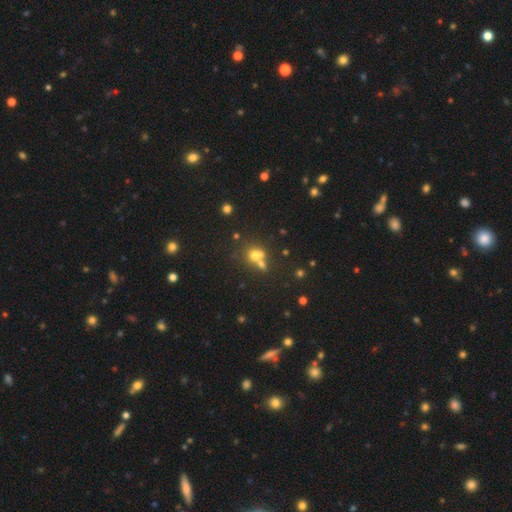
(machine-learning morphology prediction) Smooth or featured?
  - smooth: 60% *
  - star or artifact: 22%
  - featured or disk: 18%
How rounded?
  - round: 76% *
  - in between: 23%
  - cigar-shaped: 1%
Merging?
  - merger: 47% *
  - none: 39%
  - minor disturbance: 9%
  - major disturbance: 5%